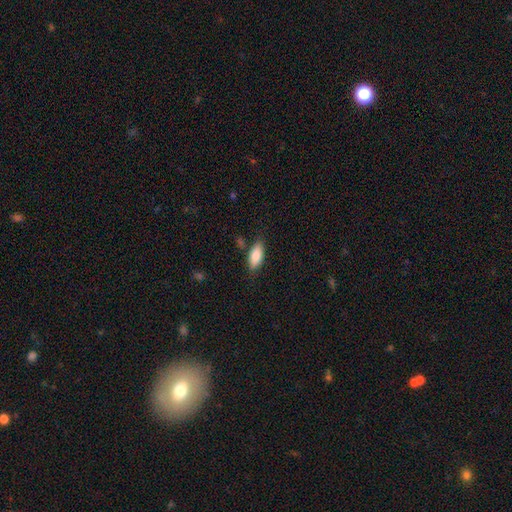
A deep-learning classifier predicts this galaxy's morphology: Q: Smooth or featured?
A: smooth (83%); runner-up: featured or disk (10%)
Q: How rounded?
A: in between (82%); runner-up: cigar-shaped (16%)
Q: Merging?
A: none (79%); runner-up: minor disturbance (15%)